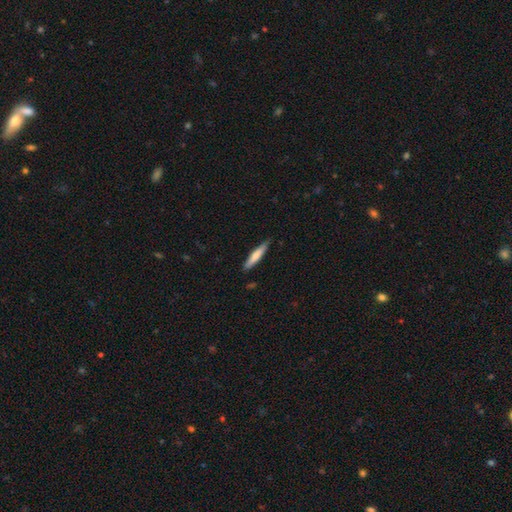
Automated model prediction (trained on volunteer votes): A smooth galaxy with no disk features (69%) that is cigar-shaped (90%).

Vote fractions:
- Smooth or featured? smooth: 69% / featured or disk: 26% / star or artifact: 5%
- How rounded? cigar-shaped: 90% / in between: 9% / round: 1%
- Merging? none: 86% / minor disturbance: 11% / major disturbance: 2% / merger: 1%